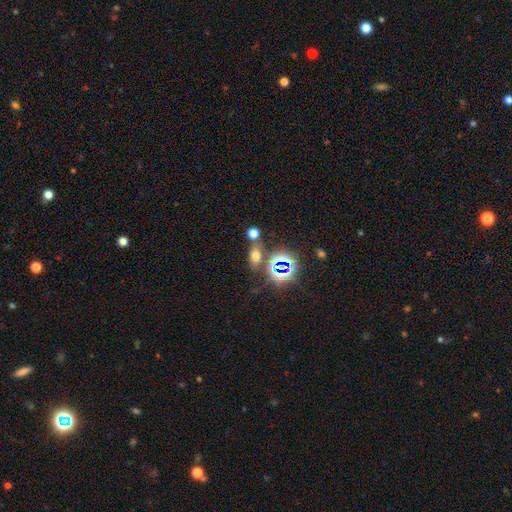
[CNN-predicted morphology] This is possibly a smooth galaxy (53%). How rounded: likely in between (71%). Merging: likely none (68%).